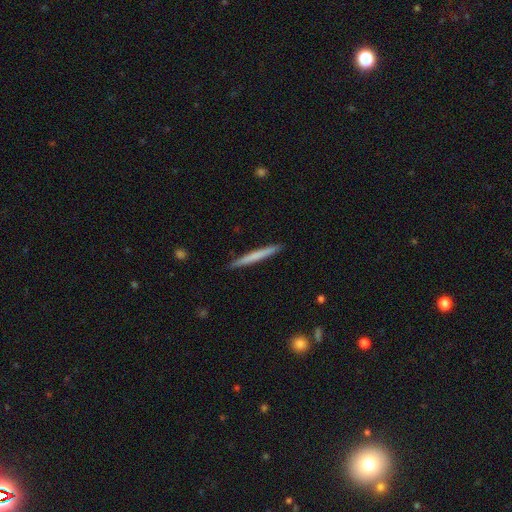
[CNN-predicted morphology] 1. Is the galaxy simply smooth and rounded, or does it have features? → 62% smooth, 33% featured or disk, 5% star or artifact.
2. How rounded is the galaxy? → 97% cigar-shaped, 2% in between, 1% round.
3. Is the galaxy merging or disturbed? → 91% none, 7% minor disturbance, 1% major disturbance, 1% merger.